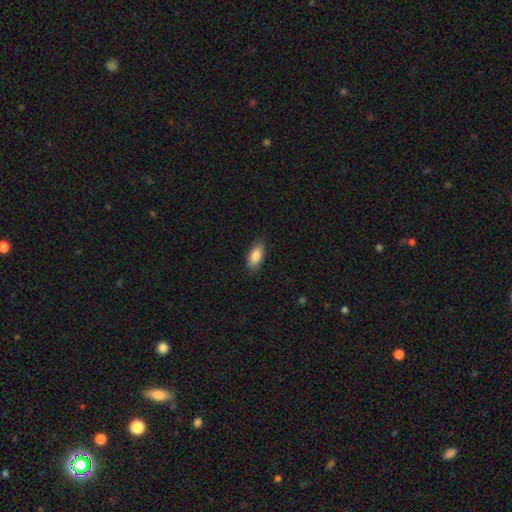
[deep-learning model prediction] smooth-or-featured: smooth: 86% | featured or disk: 8% | star or artifact: 6%
  how-rounded: in between: 88% | cigar-shaped: 9% | round: 2%
  merging: none: 86% | minor disturbance: 11% | major disturbance: 2% | merger: 1%